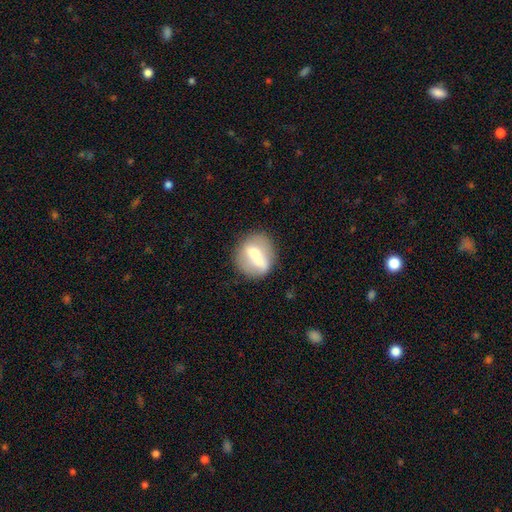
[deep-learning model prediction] Smooth or featured? smooth (54%)
How rounded? round (79%)
Merging? none (54%)